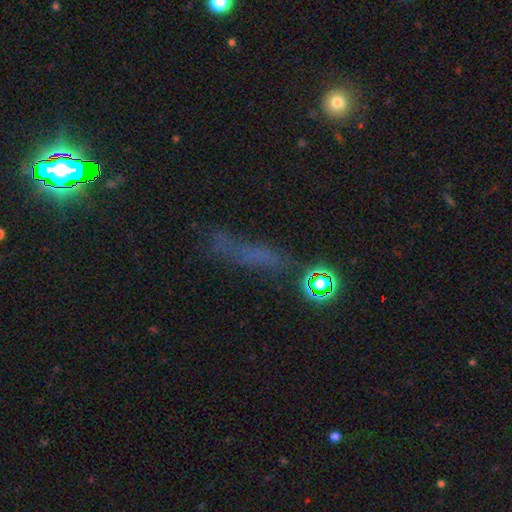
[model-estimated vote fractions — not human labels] Overall: smooth (45%; star or artifact 32%). Merging: none (54%; minor disturbance 22%).